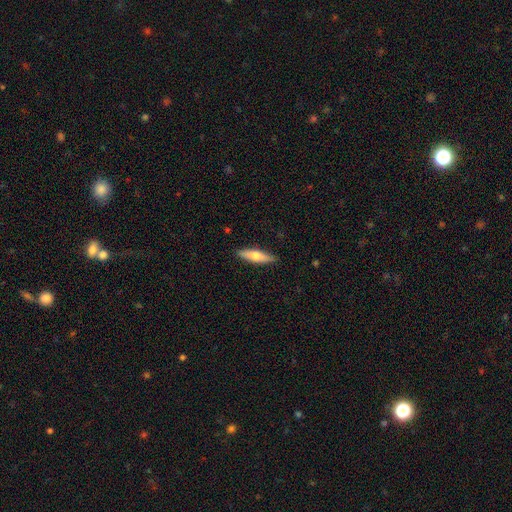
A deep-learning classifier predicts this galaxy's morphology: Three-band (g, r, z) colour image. It shows a smooth galaxy with no disk features (60%) that is cigar-shaped (64%). Merging: none (88%).